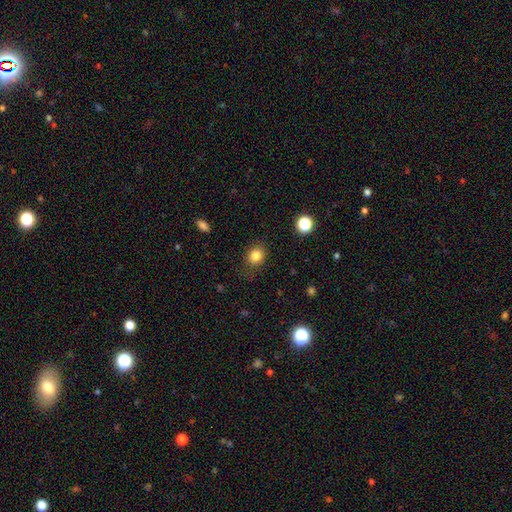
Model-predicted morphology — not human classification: This appears to be a smooth galaxy with no disk features (83%) that is round (62%). Merging: none (80%).